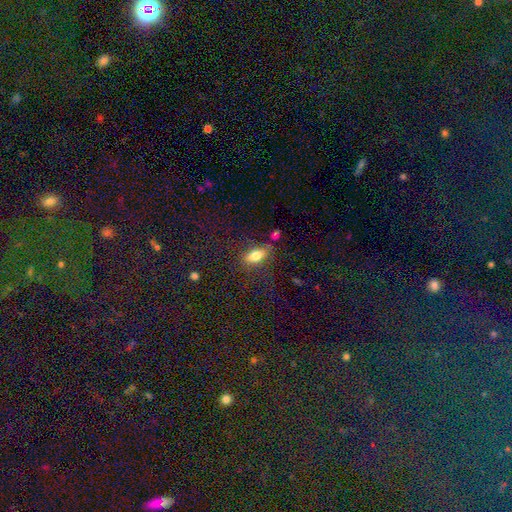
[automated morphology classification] The model was most divided on "merging": none: 70%, minor disturbance: 18%, major disturbance: 7%, merger: 6%. More confident: how rounded — in between (80%); smooth or featured — smooth (74%).